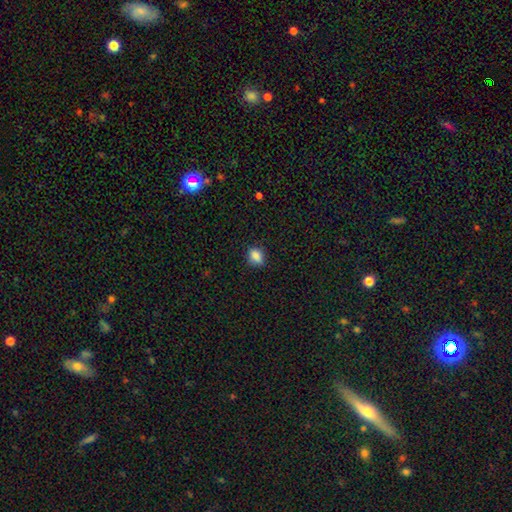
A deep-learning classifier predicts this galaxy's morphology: The model was most divided on "how rounded": in between: 57%, round: 41%, cigar-shaped: 2%. More confident: smooth or featured — smooth (85%); merging — none (80%).